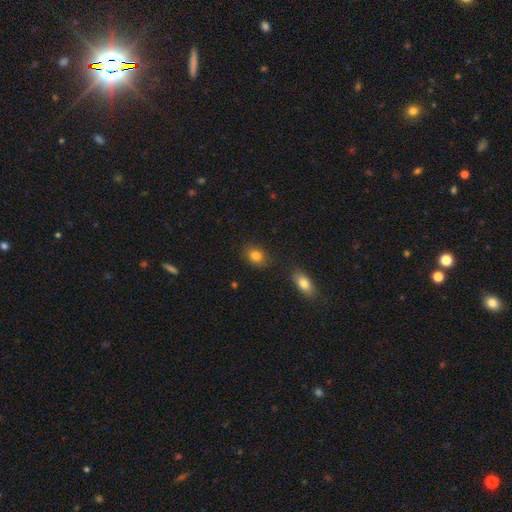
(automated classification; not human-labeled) The model was most divided on "how rounded": in between: 58%, round: 40%, cigar-shaped: 1%. More confident: smooth or featured — smooth (83%); merging — none (82%).